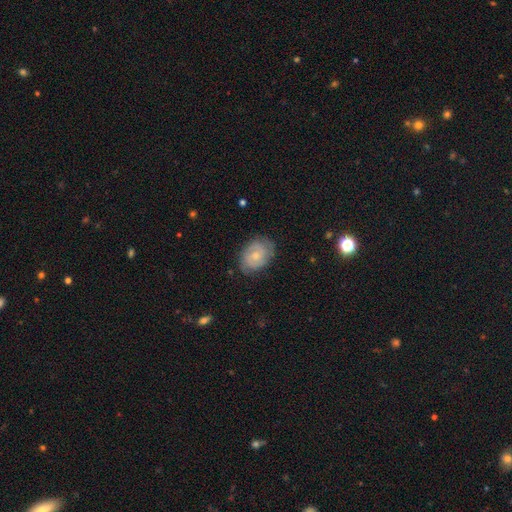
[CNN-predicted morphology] The model was most divided on "bulge size": small: 56%, moderate: 37%, none: 4%, large: 2%, dominant: 1%. More confident: edge-on disk — no (97%); spiral arms — yes (88%); merging — none (77%); bar — no (70%); smooth or featured — featured or disk (58%).